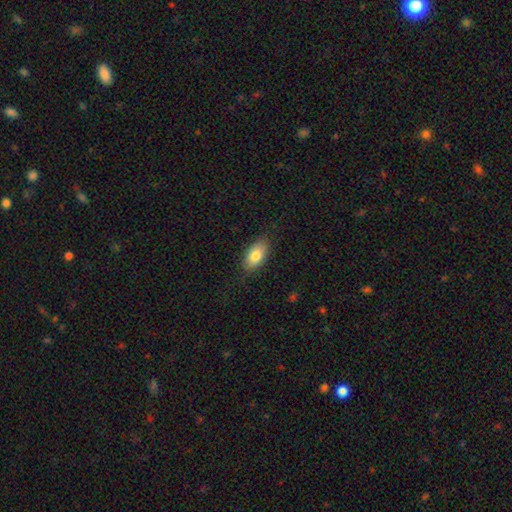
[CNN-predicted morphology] Smooth or featured? Predicted: smooth (p=0.80). How rounded? Predicted: in between (p=0.92). Merging? Predicted: none (p=0.83).